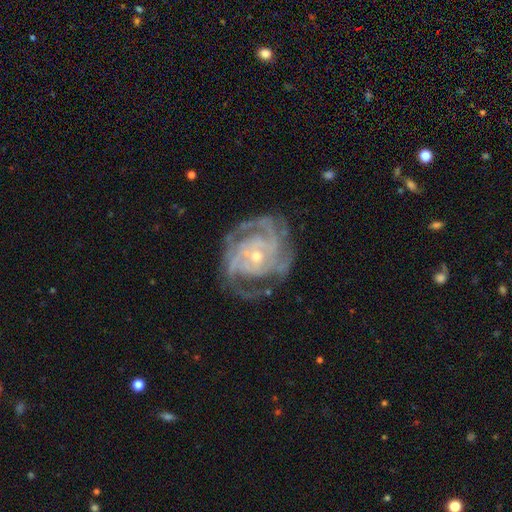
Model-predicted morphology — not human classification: smooth_or_featured: featured or disk (p=0.90) [alt: star or artifact p=0.05]
disk_edge_on: no (p=0.97) [alt: yes p=0.03]
bar: no (p=0.71) [alt: weak p=0.22]
has_spiral_arms: yes (p=0.96) [alt: no p=0.04]
spiral_winding: tight (p=0.62) [alt: medium p=0.32]
spiral_arm_count: 3 (p=0.28) [alt: can't tell p=0.22]
bulge_size: small (p=0.64) [alt: moderate p=0.32]
merging: none (p=0.69) [alt: minor disturbance p=0.18]